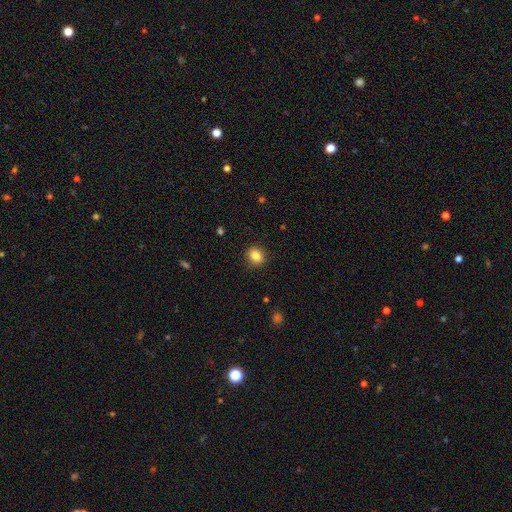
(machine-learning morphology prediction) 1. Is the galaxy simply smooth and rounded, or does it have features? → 85% smooth, 10% star or artifact, 5% featured or disk.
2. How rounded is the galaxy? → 67% round, 32% in between, 1% cigar-shaped.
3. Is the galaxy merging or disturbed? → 88% none, 8% minor disturbance, 2% major disturbance, 1% merger.